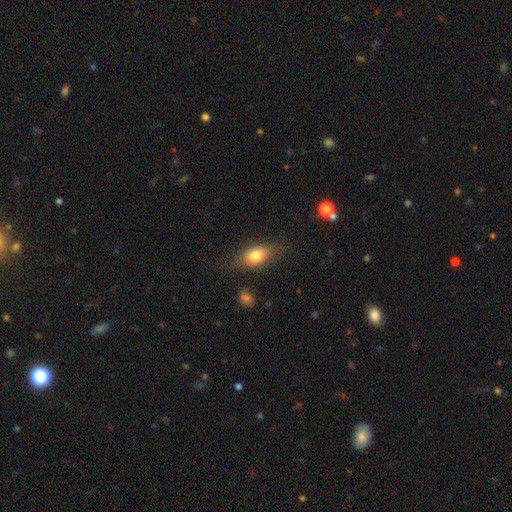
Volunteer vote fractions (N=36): This is clearly a smooth galaxy (81%). How rounded: likely in between (79%). Merging: likely none (63%).